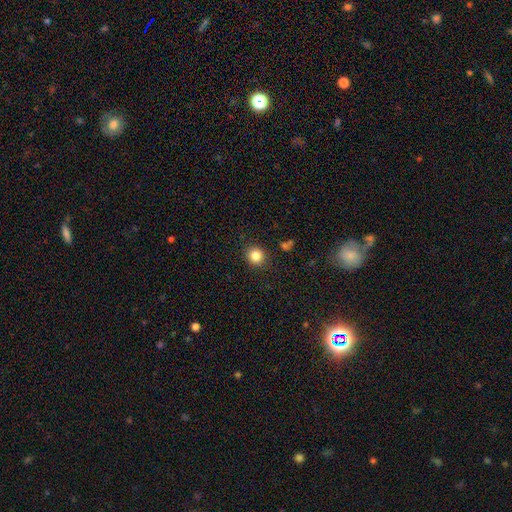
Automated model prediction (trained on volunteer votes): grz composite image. It shows a smooth galaxy with no disk features (83%) that is round (86%). Merging: none (90%).